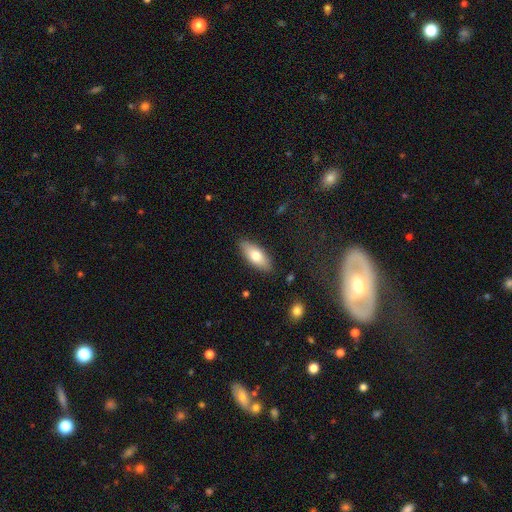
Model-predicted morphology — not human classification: A smooth galaxy with no disk features (72%) that is in between round and cigar-shaped (76%). Merging: none (87%).